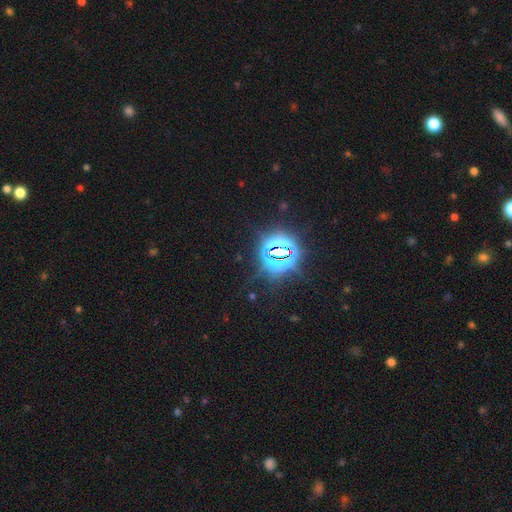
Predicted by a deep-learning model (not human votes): A star or artifact, not a galaxy (82%).

Vote fractions:
- Smooth or featured? star or artifact: 82% / smooth: 11% / featured or disk: 7%